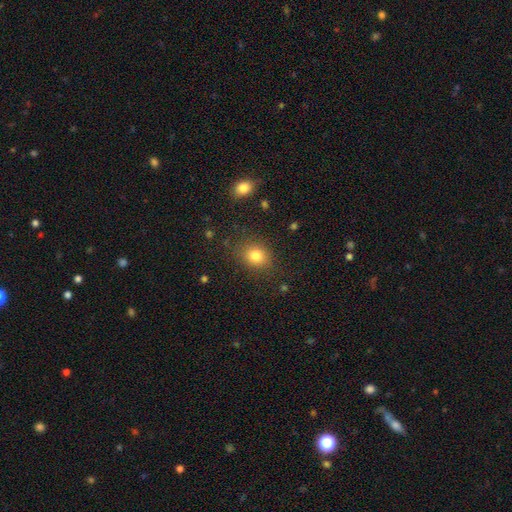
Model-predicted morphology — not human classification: Smooth or featured: smooth — 81% (star or artifact — 12%)
How rounded: round — 55% (in between — 44%)
Merging: none — 82% (minor disturbance — 12%)